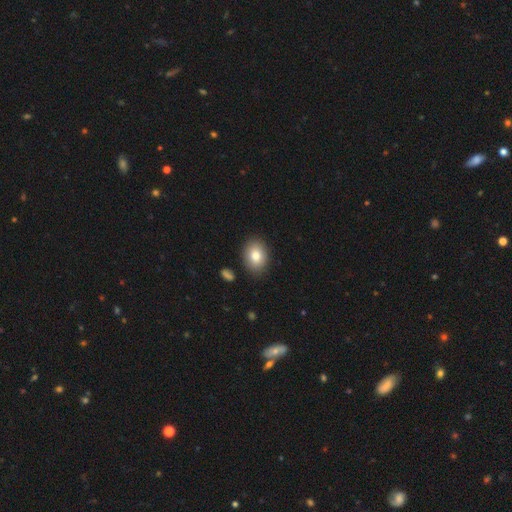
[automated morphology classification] smooth-or-featured: smooth: 81% | featured or disk: 10% | star or artifact: 8%
  how-rounded: in between: 69% | round: 30% | cigar-shaped: 1%
  merging: none: 87% | minor disturbance: 9% | major disturbance: 2% | merger: 2%